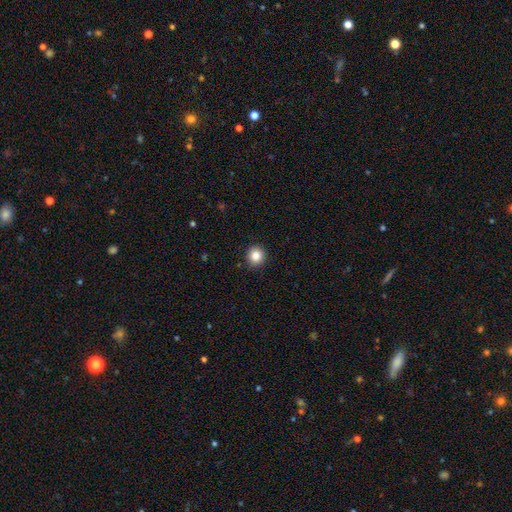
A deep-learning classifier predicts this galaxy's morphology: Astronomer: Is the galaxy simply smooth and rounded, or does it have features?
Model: smooth — 85%.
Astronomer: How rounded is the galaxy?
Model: round — 91%.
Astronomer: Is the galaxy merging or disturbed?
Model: none — 91%.